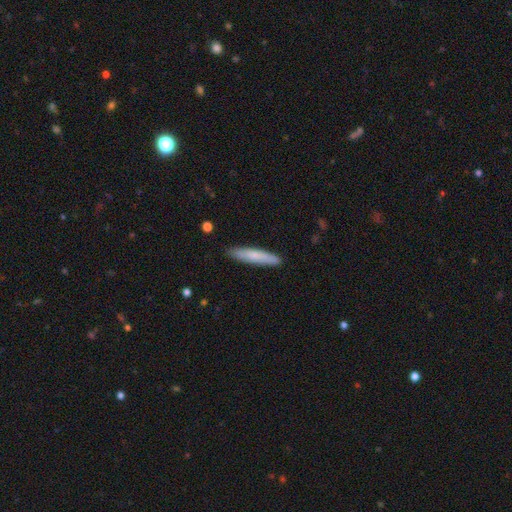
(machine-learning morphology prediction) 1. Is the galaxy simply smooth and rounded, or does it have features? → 72% smooth, 22% featured or disk, 5% star or artifact.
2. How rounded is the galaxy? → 91% cigar-shaped, 8% in between, 1% round.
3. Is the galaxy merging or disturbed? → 89% none, 9% minor disturbance, 1% major disturbance, 1% merger.